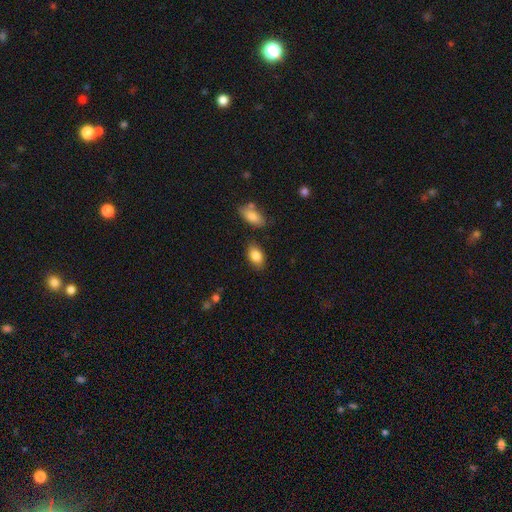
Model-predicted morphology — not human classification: Smooth or featured? Predicted: smooth (p=0.85). How rounded? Predicted: in between (p=0.90). Merging? Predicted: none (p=0.83).